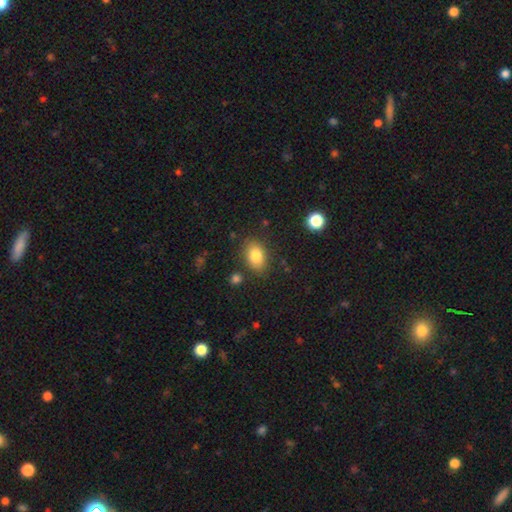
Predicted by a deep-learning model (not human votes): A smooth galaxy with no disk features (81%) that is in between round and cigar-shaped (82%).

Vote fractions:
- Smooth or featured? smooth: 81% / featured or disk: 10% / star or artifact: 9%
- How rounded? in between: 82% / round: 16% / cigar-shaped: 1%
- Merging? none: 81% / minor disturbance: 12% / major disturbance: 3% / merger: 3%